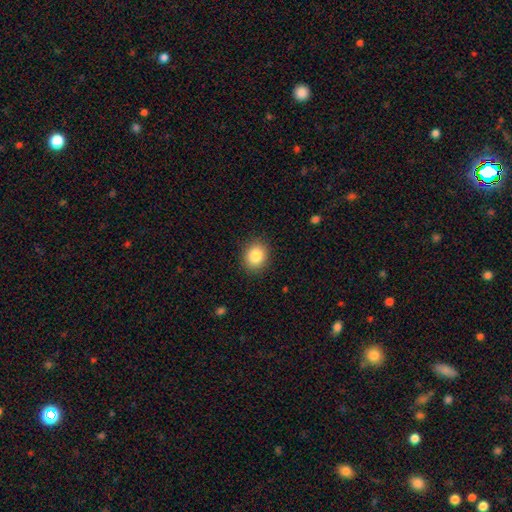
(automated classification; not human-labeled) A smooth galaxy with no disk features (85%) that is round (68%). Merging: none (88%).